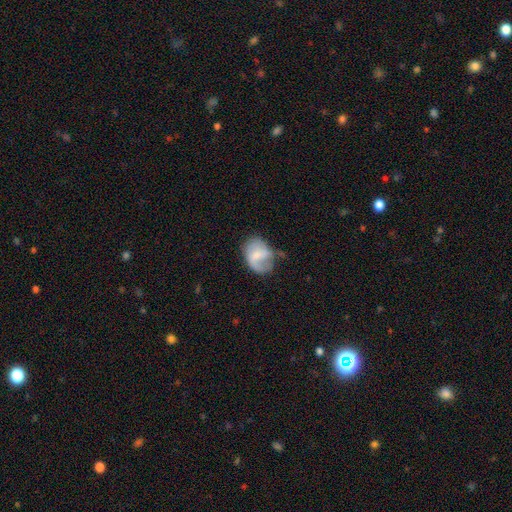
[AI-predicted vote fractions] The model was most divided on "smooth or featured" (2-way tie): featured or disk: 46%, smooth: 46%, star or artifact: 7%. Remaining: merging — none (35%).